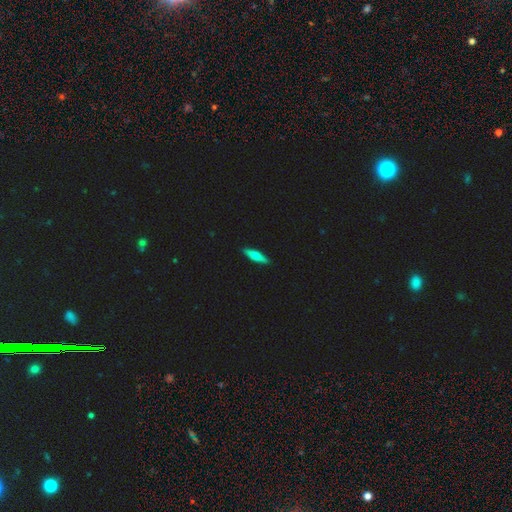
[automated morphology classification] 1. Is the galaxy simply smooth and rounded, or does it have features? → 60% smooth, 34% featured or disk, 6% star or artifact.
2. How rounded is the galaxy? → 74% cigar-shaped, 24% in between, 2% round.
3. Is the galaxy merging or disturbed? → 90% none, 8% minor disturbance, 1% major disturbance, 1% merger.